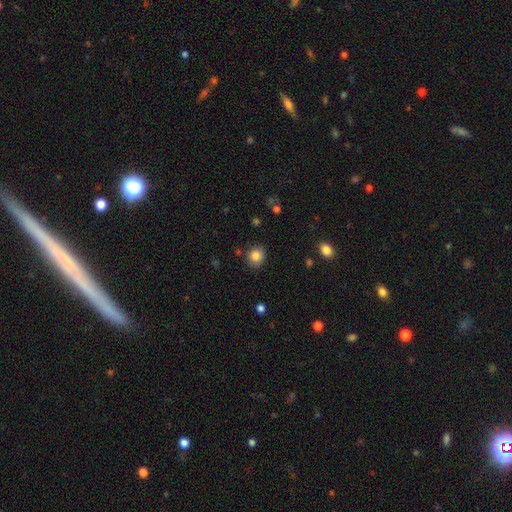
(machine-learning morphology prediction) A smooth galaxy with no disk features (83%) that is round (77%). Merging: none (86%).